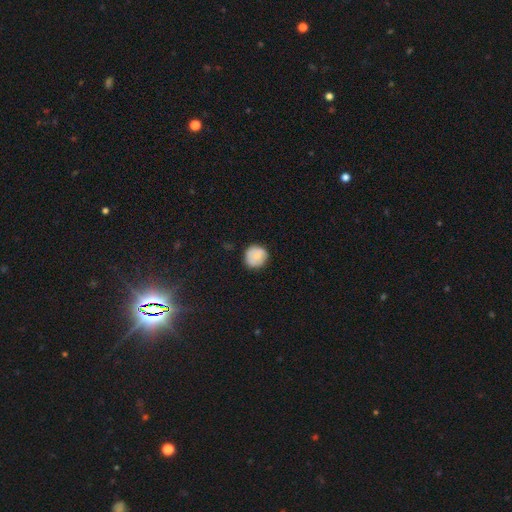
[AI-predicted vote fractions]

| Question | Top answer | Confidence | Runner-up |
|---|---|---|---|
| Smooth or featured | smooth | 79% | featured or disk (13%) |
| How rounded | round | 90% | in between (9%) |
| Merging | none | 80% | minor disturbance (16%) |